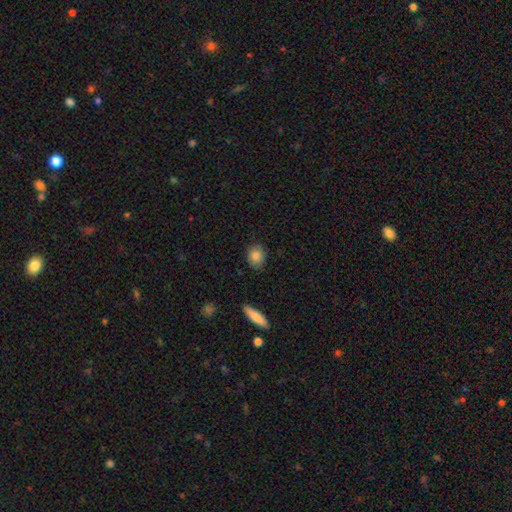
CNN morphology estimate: Overall: smooth (85%). How rounded: round (52%; in between 46%). Merging: none (83%).